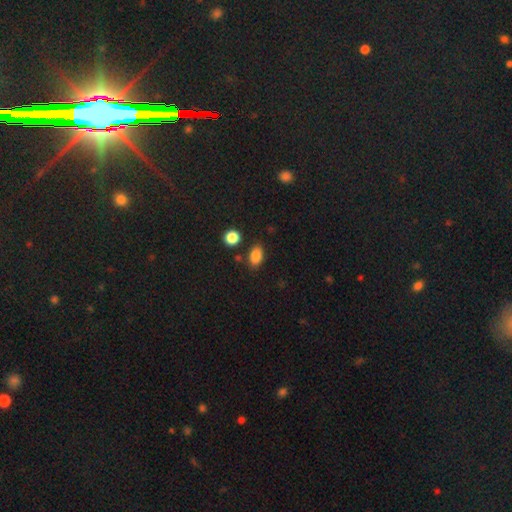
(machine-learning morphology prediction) This is clearly a smooth galaxy (85%). How rounded: clearly in between (82%). Merging: likely none (80%).